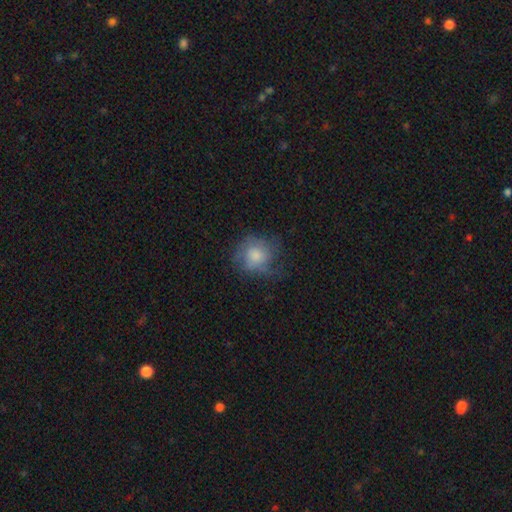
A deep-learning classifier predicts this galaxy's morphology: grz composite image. It shows a smooth galaxy with no disk features (56%) that is round (79%). Merging: none (56%).